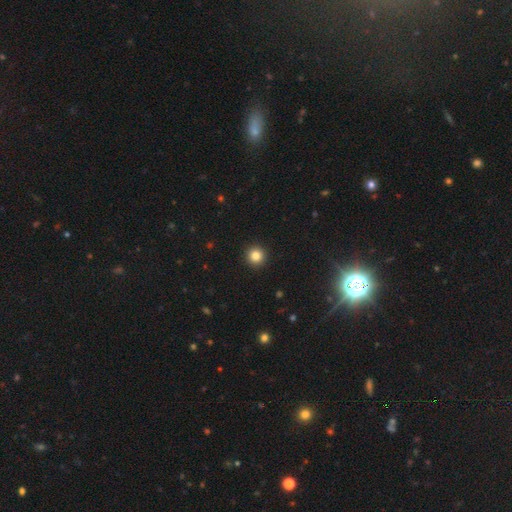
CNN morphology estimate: smooth_or_featured: smooth (p=0.84) [alt: star or artifact p=0.11]
how_rounded: round (p=0.96) [alt: in between p=0.03]
merging: none (p=0.93) [alt: minor disturbance p=0.04]